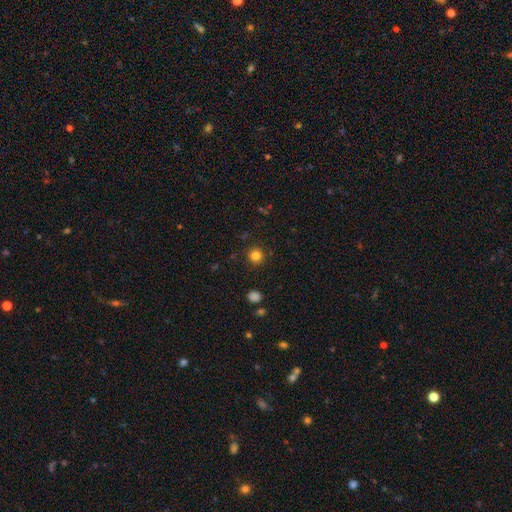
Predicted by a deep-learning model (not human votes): Smooth or featured? smooth (82%)
How rounded? round (94%)
Merging? none (90%)